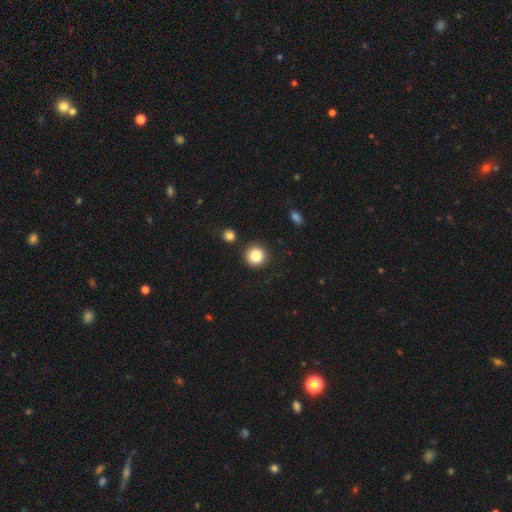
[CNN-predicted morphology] Smooth or featured: smooth — 86% (star or artifact — 9%)
How rounded: round — 95% (in between — 4%)
Merging: none — 88% (minor disturbance — 6%)